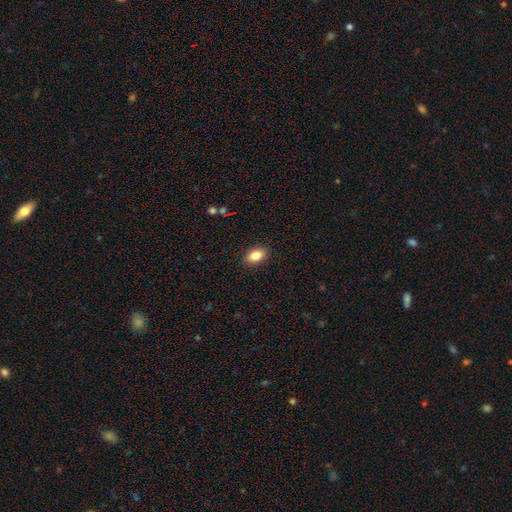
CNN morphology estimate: A smooth galaxy with no disk features (86%) that is in between round and cigar-shaped (90%). Merging: none (89%).